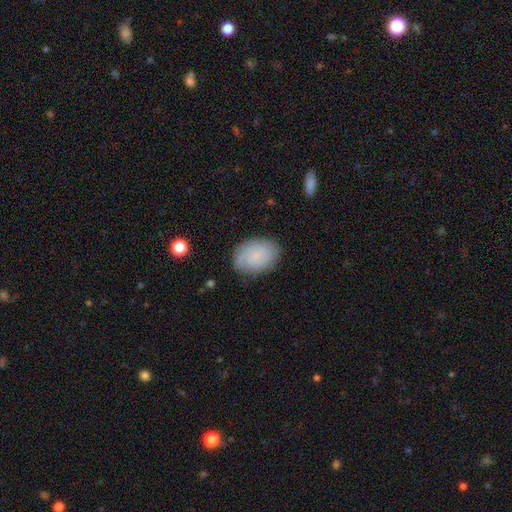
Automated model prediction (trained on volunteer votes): Morphology: type=smooth (50%); roundness=in between (80%); merging=none (79%).